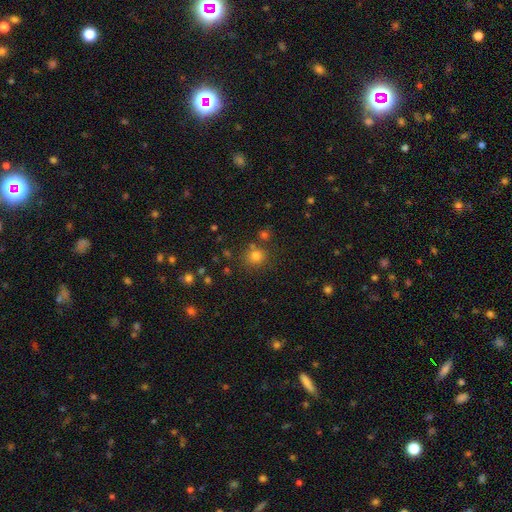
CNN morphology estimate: A smooth galaxy with no disk features (78%) that is round (86%).

Vote fractions:
- Smooth or featured? smooth: 78% / star or artifact: 16% / featured or disk: 6%
- How rounded? round: 86% / in between: 13% / cigar-shaped: 1%
- Merging? none: 77% / minor disturbance: 10% / merger: 9% / major disturbance: 4%